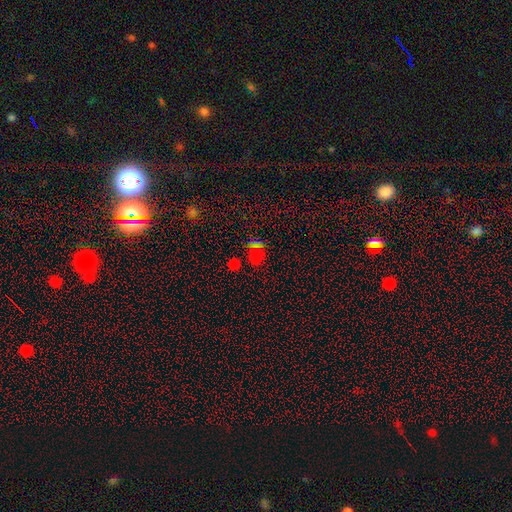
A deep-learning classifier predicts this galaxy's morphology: type=smooth (50%); roundness=round (53%); merging=none (68%).